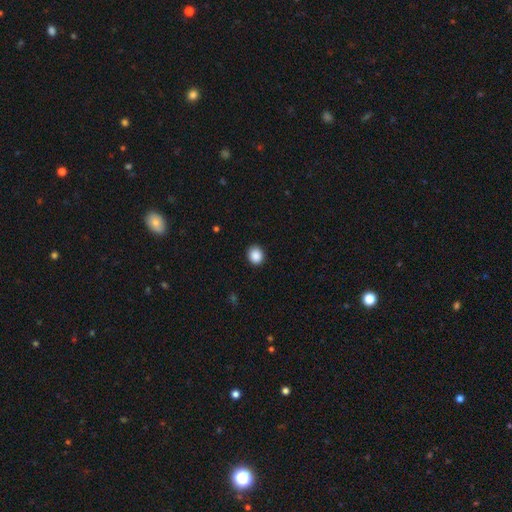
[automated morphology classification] This is clearly a smooth galaxy (89%). How rounded: likely round (70%). Merging: clearly none (91%).